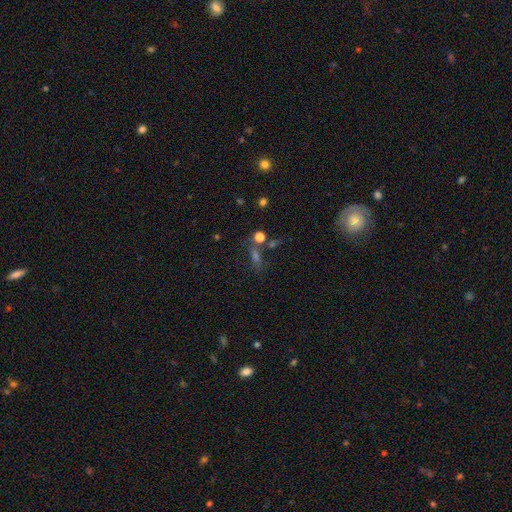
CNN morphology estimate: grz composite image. It shows a smooth galaxy with no disk features (43%). Merging: none (56%).